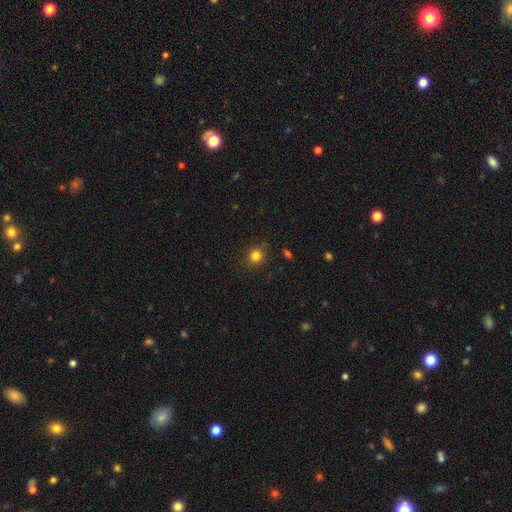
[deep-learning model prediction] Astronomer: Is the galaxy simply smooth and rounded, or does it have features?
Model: smooth — 82%.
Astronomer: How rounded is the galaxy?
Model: round — 85%.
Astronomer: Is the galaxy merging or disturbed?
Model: none — 86%.